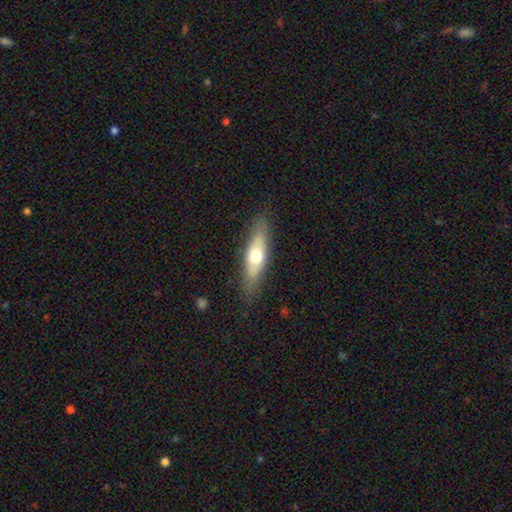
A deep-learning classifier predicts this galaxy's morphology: Overall: smooth (49%; featured or disk 45%). Merging: none (85%).